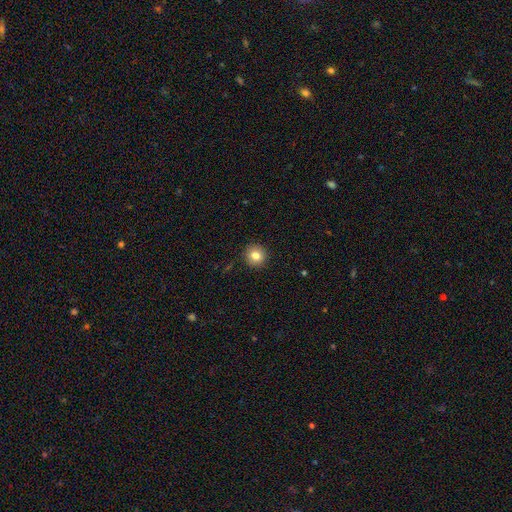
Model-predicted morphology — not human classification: The model was most divided on "smooth or featured": smooth: 82%, star or artifact: 10%, featured or disk: 7%. More confident: how rounded — round (93%); merging — none (92%).